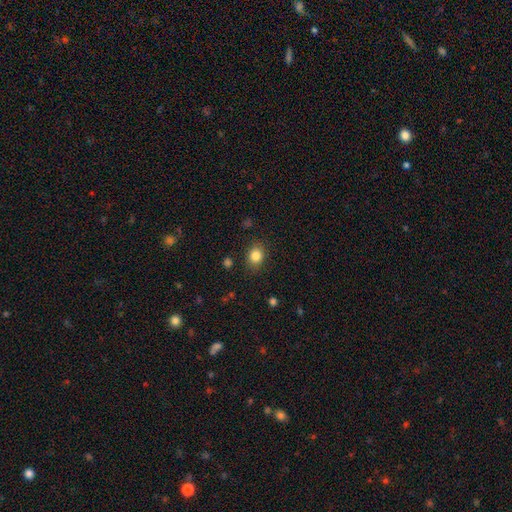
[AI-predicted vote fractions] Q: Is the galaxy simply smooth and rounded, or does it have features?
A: smooth — 84%.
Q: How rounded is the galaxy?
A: round — 53%.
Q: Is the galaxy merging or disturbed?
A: none — 84%.